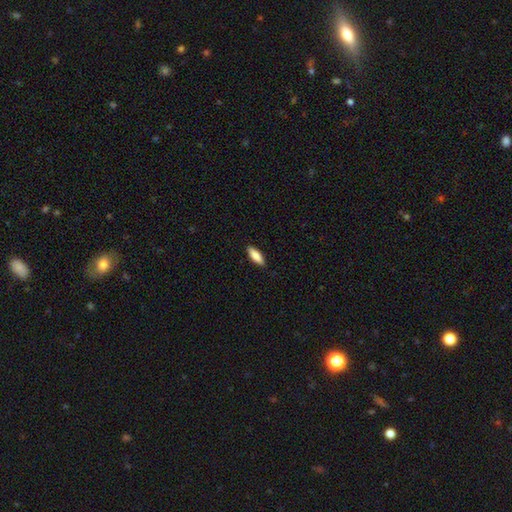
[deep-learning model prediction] smooth 84%, featured or disk 10%, star or artifact 6%. Down the decision tree: how rounded — in between (59%); merging — none (89%).